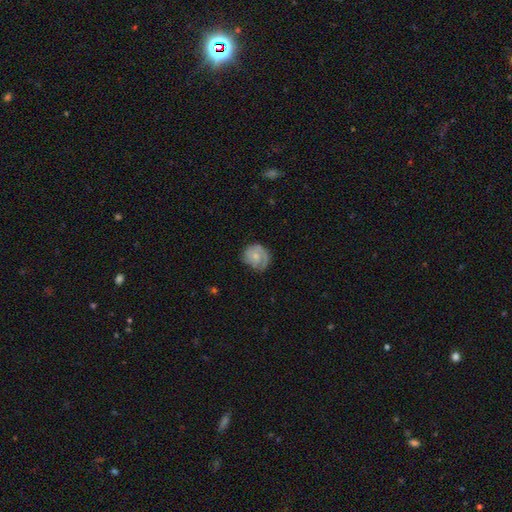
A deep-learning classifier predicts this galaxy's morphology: featured or disk 52%, smooth 41%, star or artifact 7%. Down the decision tree: edge-on disk — no (97%); bar — no (78%); spiral arms — yes (81%); bulge size — small (55%); merging — none (63%).